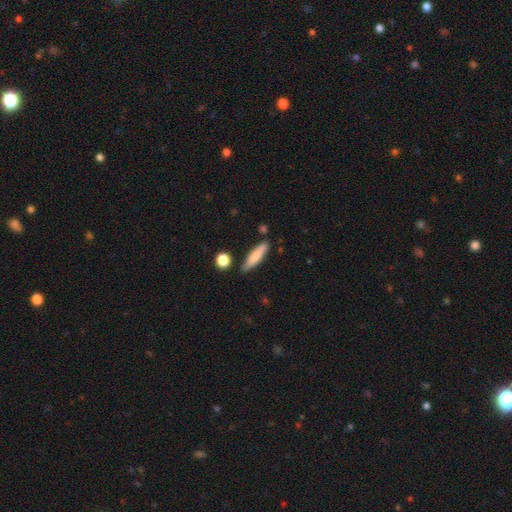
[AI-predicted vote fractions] This is likely a smooth galaxy (77%). How rounded: likely cigar-shaped (77%). Merging: clearly none (80%).